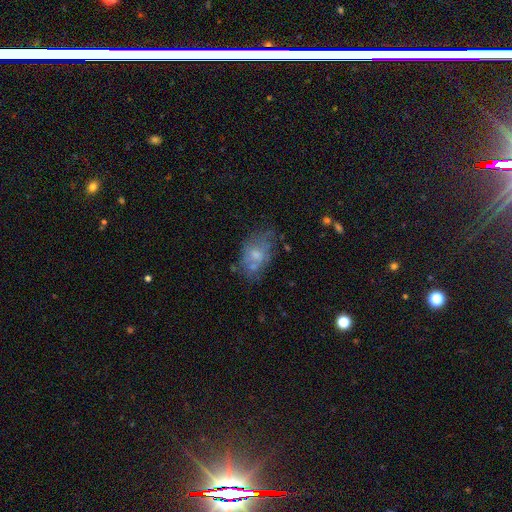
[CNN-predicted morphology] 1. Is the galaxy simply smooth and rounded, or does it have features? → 47% smooth, 43% featured or disk, 10% star or artifact.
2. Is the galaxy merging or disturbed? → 44% none, 27% minor disturbance, 18% major disturbance, 11% merger.